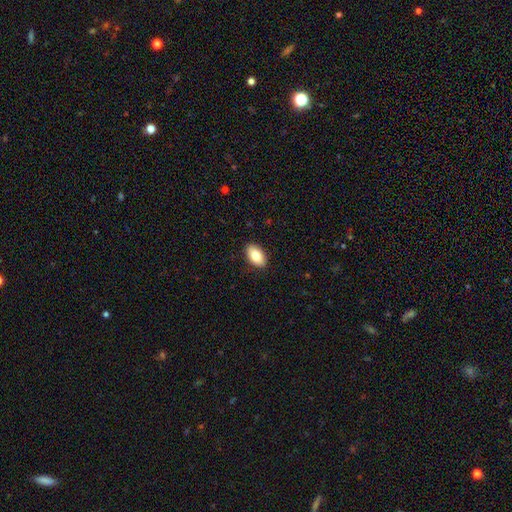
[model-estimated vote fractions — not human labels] smooth 82%, featured or disk 11%, star or artifact 7%. Down the decision tree: how rounded — in between (94%); merging — none (89%).